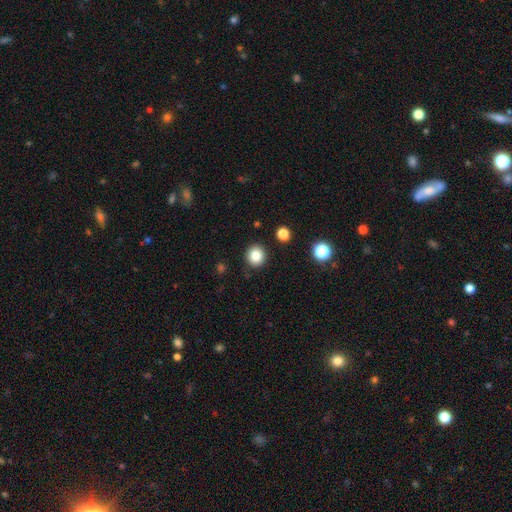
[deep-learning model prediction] Smooth or featured?
  - smooth: 83% *
  - star or artifact: 11%
  - featured or disk: 6%
How rounded?
  - round: 88% *
  - in between: 11%
  - cigar-shaped: 1%
Merging?
  - none: 90% *
  - minor disturbance: 6%
  - major disturbance: 2%
  - merger: 2%